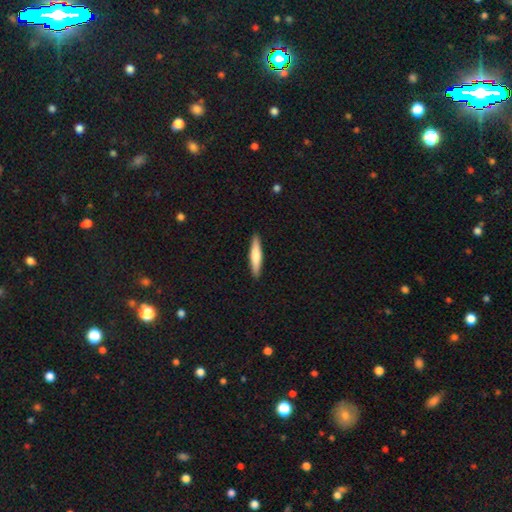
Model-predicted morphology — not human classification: Q: Smooth or featured?
A: smooth (67%); runner-up: featured or disk (28%)
Q: How rounded?
A: cigar-shaped (88%); runner-up: in between (11%)
Q: Merging?
A: none (91%); runner-up: minor disturbance (7%)